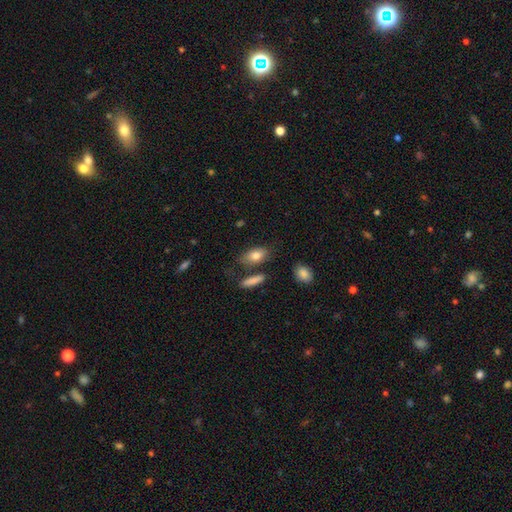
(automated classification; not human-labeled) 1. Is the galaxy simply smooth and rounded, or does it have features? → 80% smooth, 12% featured or disk, 7% star or artifact.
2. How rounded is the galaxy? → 87% in between, 7% cigar-shaped, 6% round.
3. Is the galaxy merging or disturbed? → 70% none, 16% minor disturbance, 9% merger, 5% major disturbance.